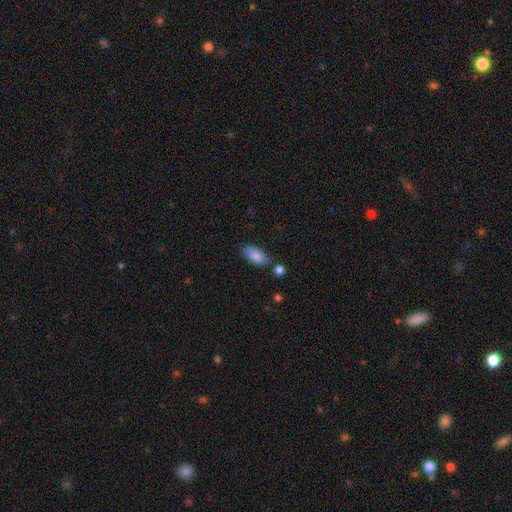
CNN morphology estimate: Smooth or featured? Predicted: smooth (p=0.86). How rounded? Predicted: in between (p=0.90). Merging? Predicted: none (p=0.71).